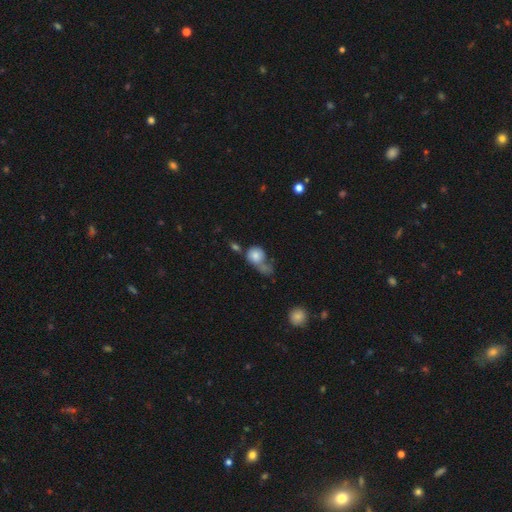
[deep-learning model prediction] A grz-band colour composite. It shows a smooth galaxy with no disk features (75%) that is round (71%). Merging: merger (35%).